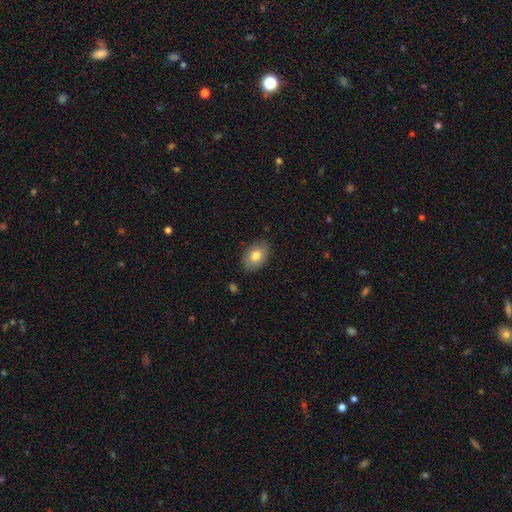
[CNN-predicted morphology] Q: Smooth or featured?
A: smooth (80%); runner-up: featured or disk (13%)
Q: How rounded?
A: in between (84%); runner-up: round (15%)
Q: Merging?
A: none (85%); runner-up: minor disturbance (12%)